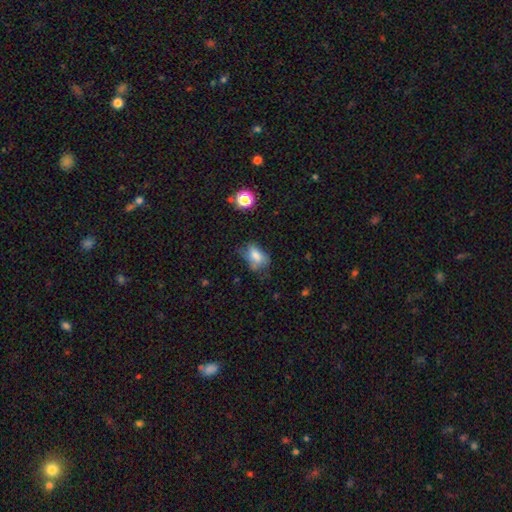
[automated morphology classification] smooth-or-featured: smooth: 71% | featured or disk: 18% | star or artifact: 11%
  how-rounded: in between: 85% | round: 13% | cigar-shaped: 3%
  merging: none: 41% | minor disturbance: 33% | major disturbance: 22% | merger: 4%